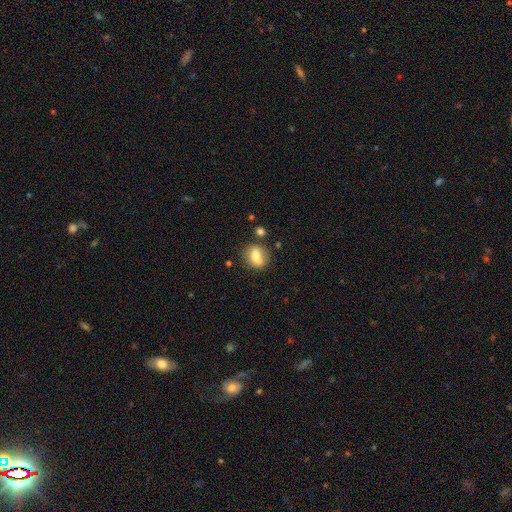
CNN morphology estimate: Smooth or featured: smooth — 69% (featured or disk — 22%)
How rounded: round — 60% (in between — 38%)
Merging: none — 69% (minor disturbance — 17%)